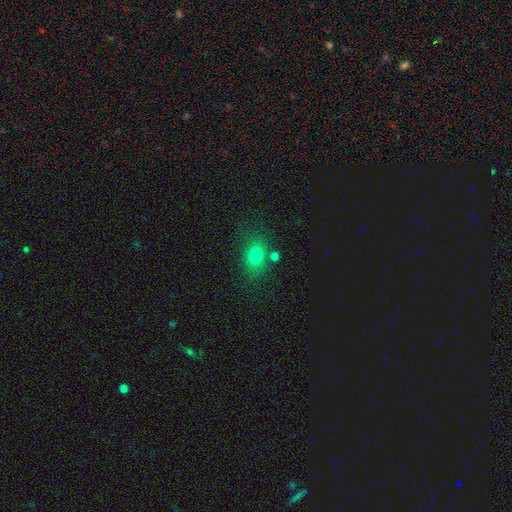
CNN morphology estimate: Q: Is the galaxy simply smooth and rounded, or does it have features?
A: smooth — 77%.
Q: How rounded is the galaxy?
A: in between — 65%.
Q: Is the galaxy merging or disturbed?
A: none — 70%.